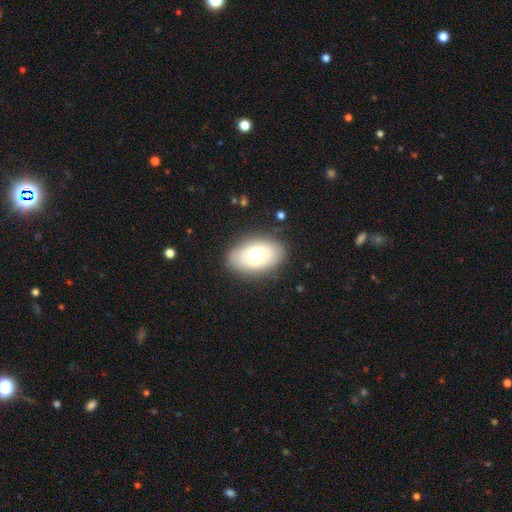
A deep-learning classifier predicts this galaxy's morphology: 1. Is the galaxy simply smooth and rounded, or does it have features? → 62% smooth, 31% featured or disk, 7% star or artifact.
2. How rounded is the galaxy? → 90% in between, 9% round, 1% cigar-shaped.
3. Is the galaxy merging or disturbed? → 82% none, 12% minor disturbance, 4% major disturbance, 1% merger.